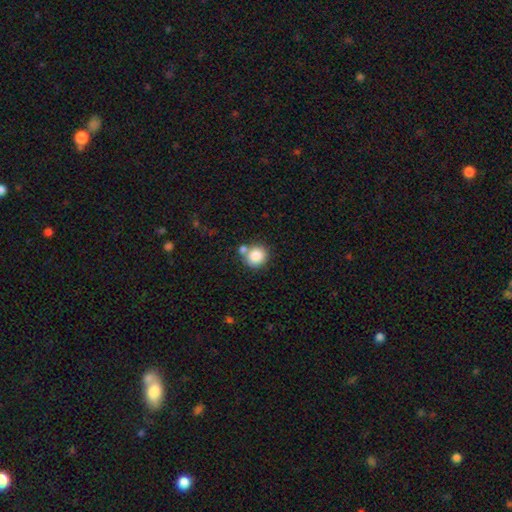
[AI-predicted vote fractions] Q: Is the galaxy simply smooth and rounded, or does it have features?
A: smooth — 85%.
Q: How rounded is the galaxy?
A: round — 86%.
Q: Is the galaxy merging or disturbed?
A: none — 63%.